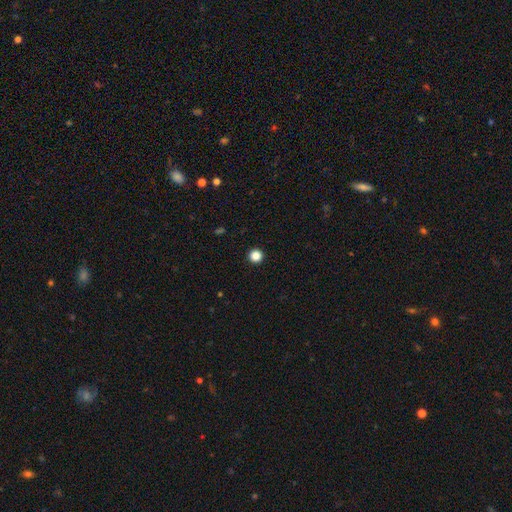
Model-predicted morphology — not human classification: A smooth galaxy with no disk features (85%) that is round (96%). Merging: none (94%).